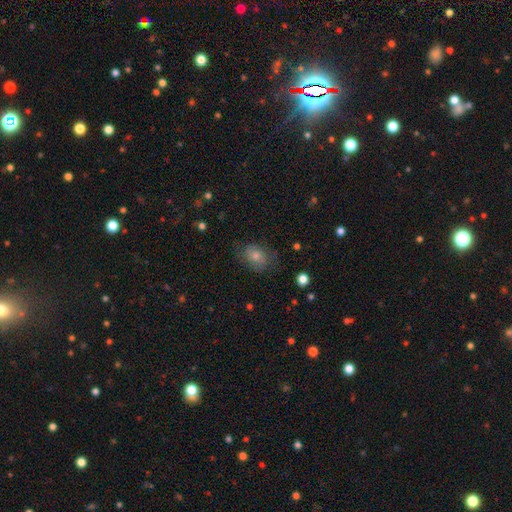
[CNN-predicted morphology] The model was most divided on "smooth or featured": smooth: 49%, featured or disk: 34%, star or artifact: 17%. More confident: merging — none (73%).